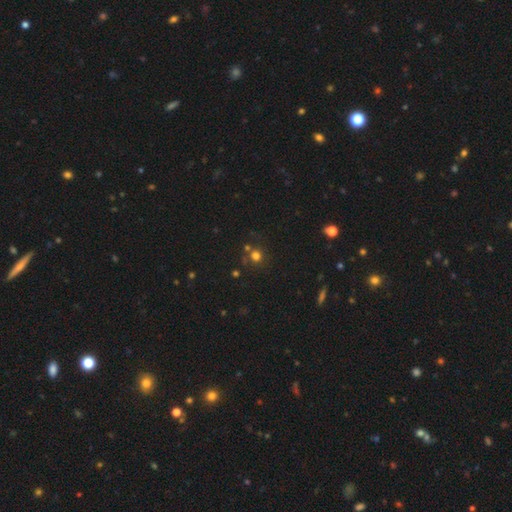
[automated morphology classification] Smooth or featured: smooth — 70% (star or artifact — 23%)
How rounded: round — 90% (in between — 9%)
Merging: none — 70% (merger — 16%)